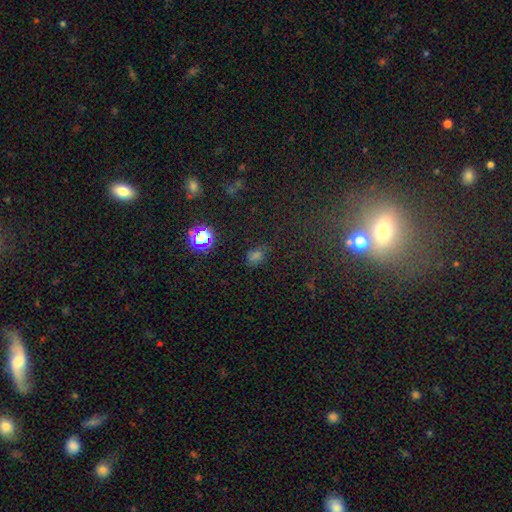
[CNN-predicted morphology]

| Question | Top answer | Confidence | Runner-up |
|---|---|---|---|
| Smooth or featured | smooth | 58% | star or artifact (34%) |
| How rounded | in between | 56% | round (42%) |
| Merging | none | 71% | minor disturbance (18%) |